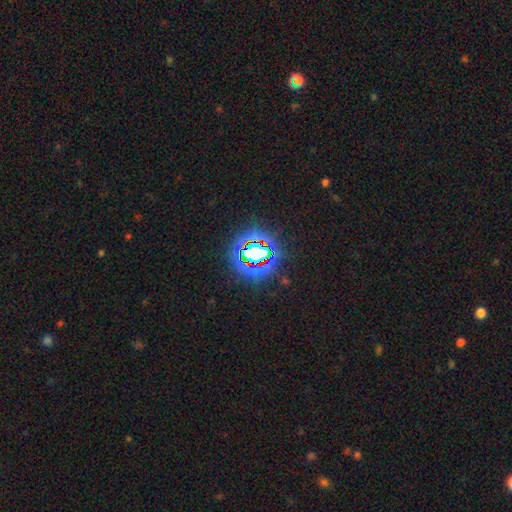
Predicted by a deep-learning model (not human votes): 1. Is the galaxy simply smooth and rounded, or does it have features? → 73% star or artifact, 18% smooth, 10% featured or disk.